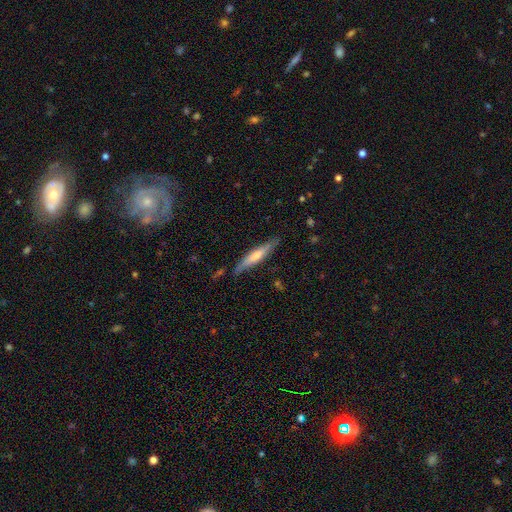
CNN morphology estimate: Smooth or featured? featured or disk (50%)
Merging? none (79%)